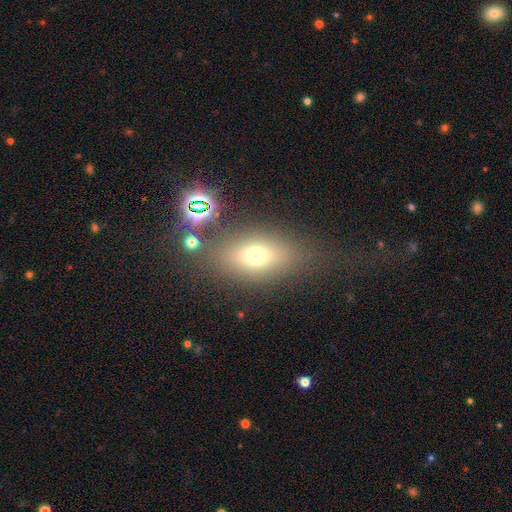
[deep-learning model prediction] smooth-or-featured: smooth: 64% | featured or disk: 18% | star or artifact: 18%
  how-rounded: in between: 75% | round: 18% | cigar-shaped: 8%
  merging: none: 73% | minor disturbance: 14% | major disturbance: 8% | merger: 6%